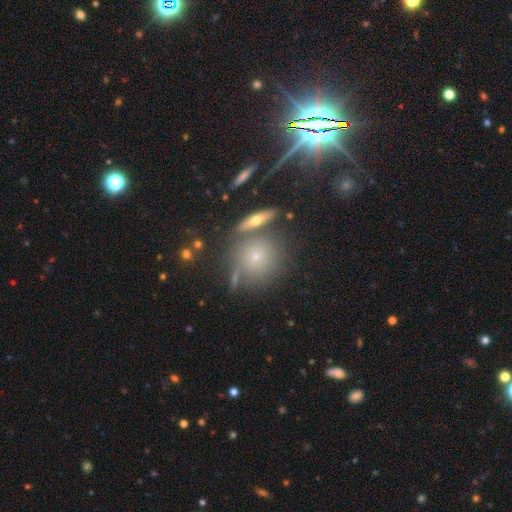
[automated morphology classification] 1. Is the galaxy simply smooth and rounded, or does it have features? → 42% star or artifact, 29% featured or disk, 29% smooth.